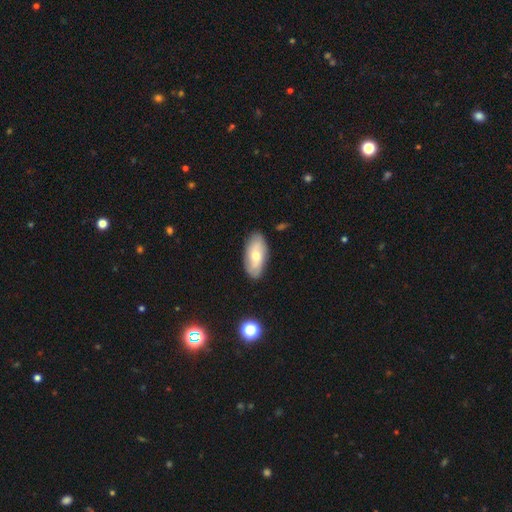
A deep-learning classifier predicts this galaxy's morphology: A smooth galaxy with no disk features (52%) that is in between round and cigar-shaped (87%). Merging: none (85%).